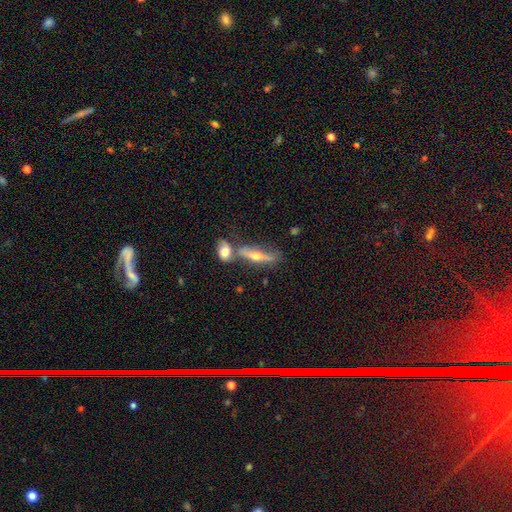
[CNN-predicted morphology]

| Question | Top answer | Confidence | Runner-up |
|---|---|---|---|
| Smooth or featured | featured or disk | 61% | smooth (31%) |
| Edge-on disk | yes | 87% | no (13%) |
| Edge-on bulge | rounded | 93% | none (4%) |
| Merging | none | 55% | merger (27%) |